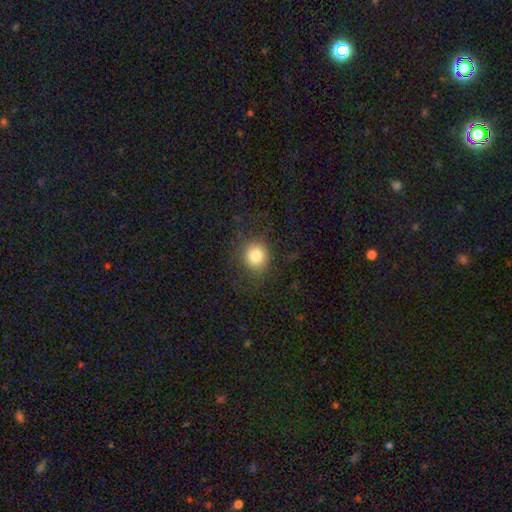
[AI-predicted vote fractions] Q: Smooth or featured?
A: smooth (82%); runner-up: star or artifact (11%)
Q: How rounded?
A: round (84%); runner-up: in between (16%)
Q: Merging?
A: none (82%); runner-up: minor disturbance (11%)